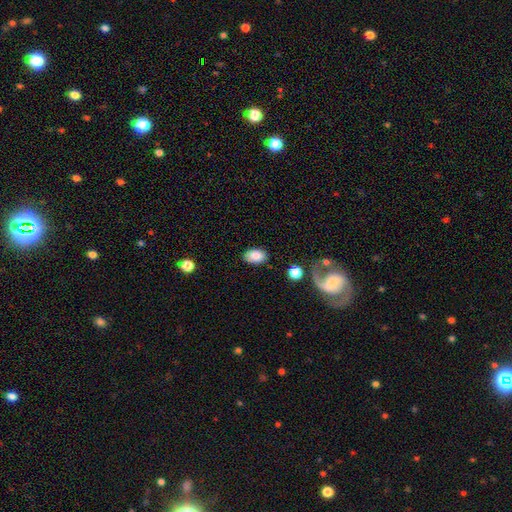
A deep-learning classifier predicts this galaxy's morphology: A smooth galaxy with no disk features (81%) that is in between round and cigar-shaped (89%). Merging: none (81%).